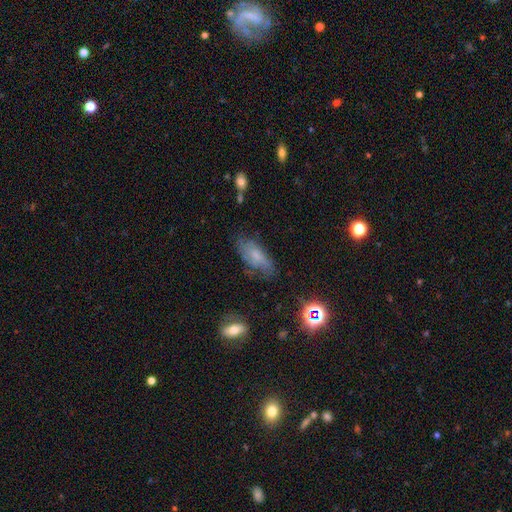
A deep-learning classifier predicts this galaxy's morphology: Smooth or featured? smooth (52%)
How rounded? in between (79%)
Merging? none (61%)